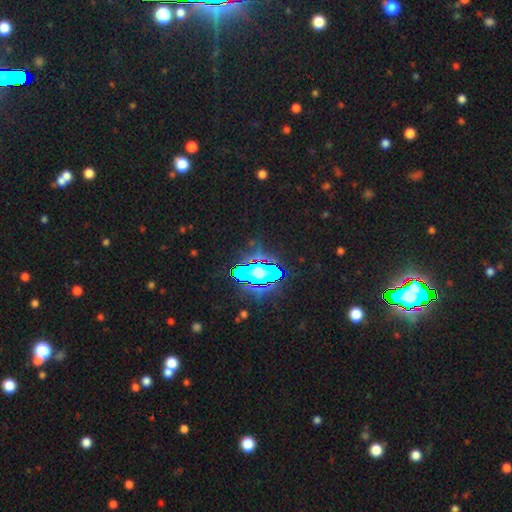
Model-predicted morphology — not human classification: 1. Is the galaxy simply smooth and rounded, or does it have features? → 81% star or artifact, 12% smooth, 7% featured or disk.